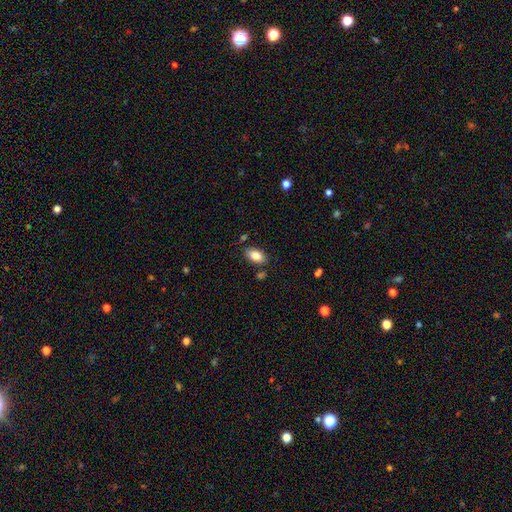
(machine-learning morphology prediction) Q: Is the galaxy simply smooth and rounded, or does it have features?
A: smooth — 84%.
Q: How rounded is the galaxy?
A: in between — 93%.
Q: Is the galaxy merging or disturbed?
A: none — 80%.